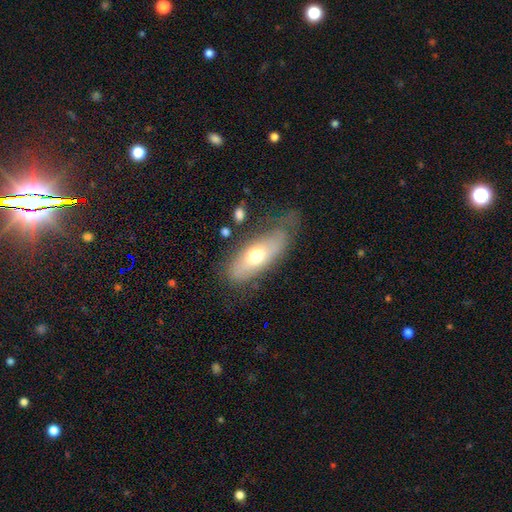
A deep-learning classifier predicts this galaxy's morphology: This appears to be a smooth galaxy with no disk features (58%) that is in between round and cigar-shaped (75%). Merging: none (51%).